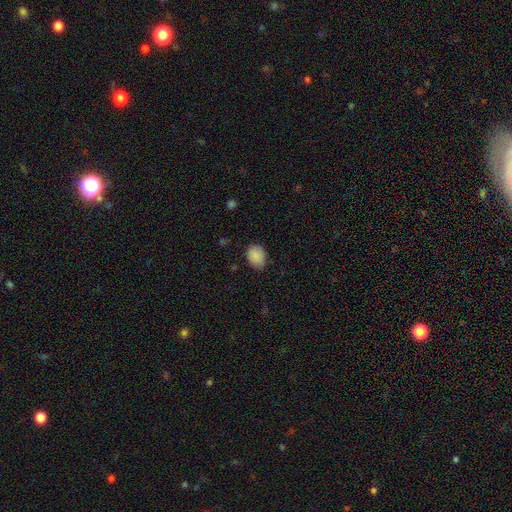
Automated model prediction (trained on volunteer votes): A smooth galaxy with no disk features (88%) that is in between round and cigar-shaped (58%).

Vote fractions:
- Smooth or featured? smooth: 88% / star or artifact: 8% / featured or disk: 4%
- How rounded? in between: 58% / round: 41% / cigar-shaped: 1%
- Merging? none: 74% / minor disturbance: 21% / major disturbance: 4% / merger: 1%